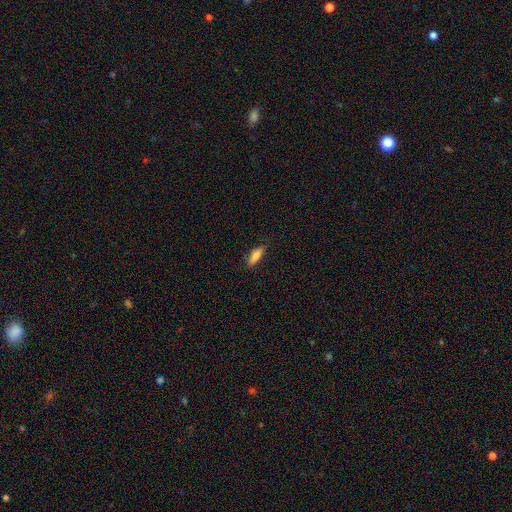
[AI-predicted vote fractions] Q: Smooth or featured?
A: smooth (78%); runner-up: featured or disk (15%)
Q: How rounded?
A: in between (55%); runner-up: cigar-shaped (43%)
Q: Merging?
A: none (83%); runner-up: minor disturbance (14%)